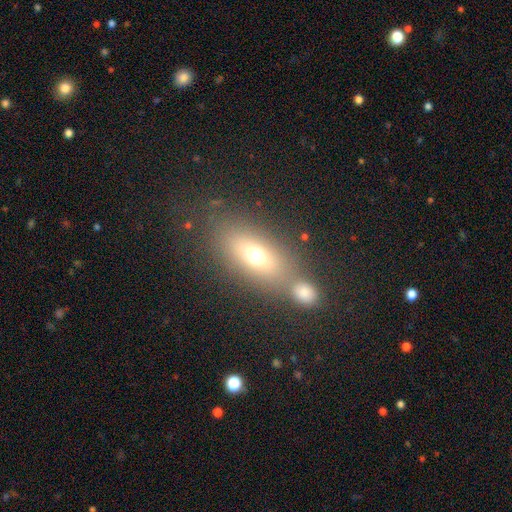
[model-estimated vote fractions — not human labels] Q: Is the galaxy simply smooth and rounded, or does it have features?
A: smooth — 66%.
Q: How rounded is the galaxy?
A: in between — 75%.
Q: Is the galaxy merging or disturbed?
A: none — 54%.